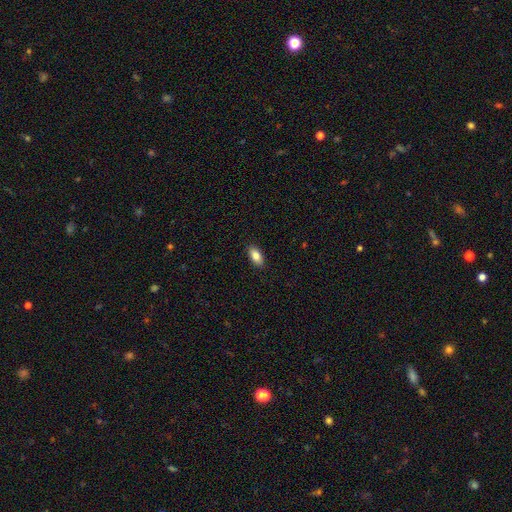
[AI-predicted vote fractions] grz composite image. It shows a smooth galaxy with no disk features (86%) that is in between round and cigar-shaped (91%). Merging: none (89%).